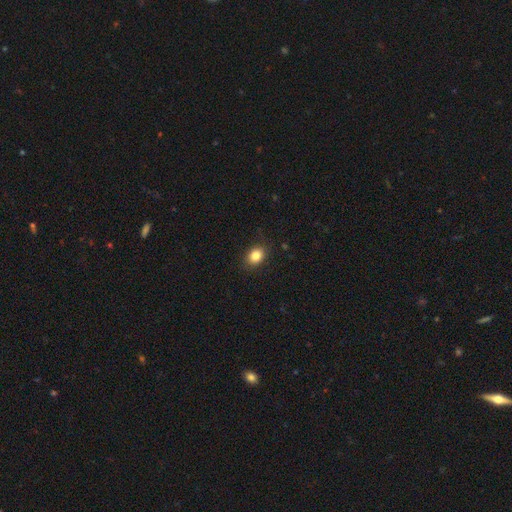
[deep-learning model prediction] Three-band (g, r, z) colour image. It shows a smooth galaxy with no disk features (84%) that is in between round and cigar-shaped (57%). Merging: none (86%).